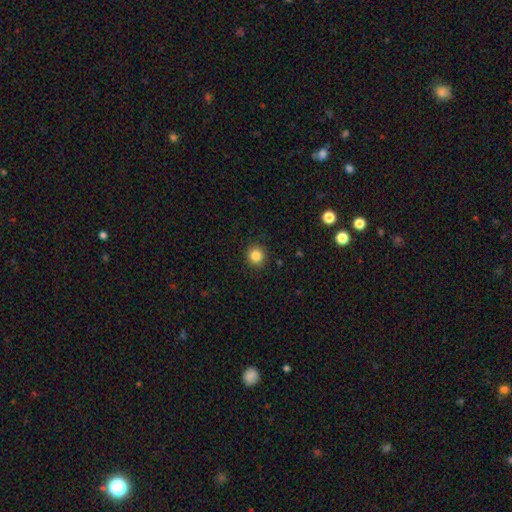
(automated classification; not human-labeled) This appears to be a smooth galaxy with no disk features (85%) that is round (91%). Merging: none (91%).